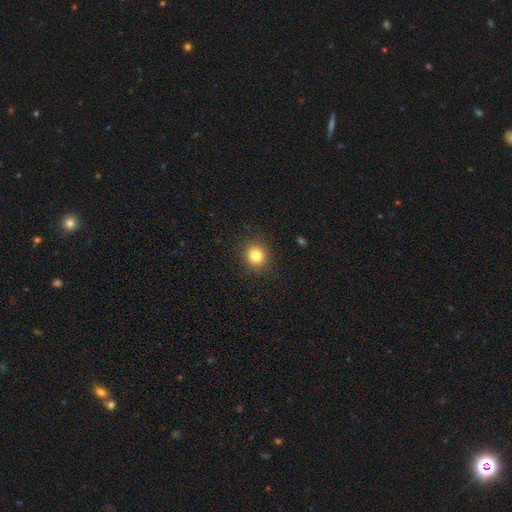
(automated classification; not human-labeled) smooth_or_featured: smooth (p=0.82) [alt: star or artifact p=0.11]
how_rounded: round (p=0.82) [alt: in between p=0.17]
merging: none (p=0.89) [alt: minor disturbance p=0.08]